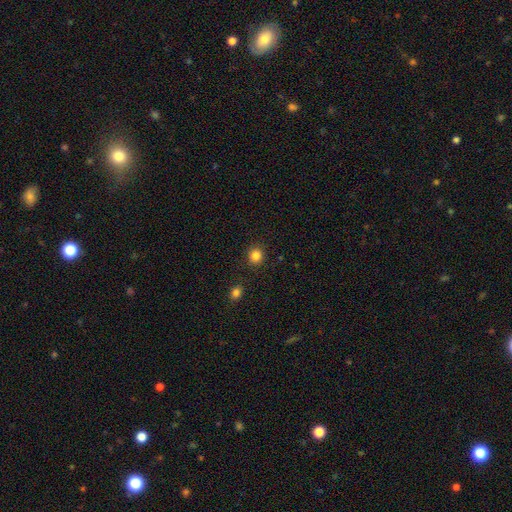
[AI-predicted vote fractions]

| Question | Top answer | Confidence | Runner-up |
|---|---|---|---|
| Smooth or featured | smooth | 84% | star or artifact (12%) |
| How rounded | round | 86% | in between (13%) |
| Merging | none | 90% | minor disturbance (6%) |